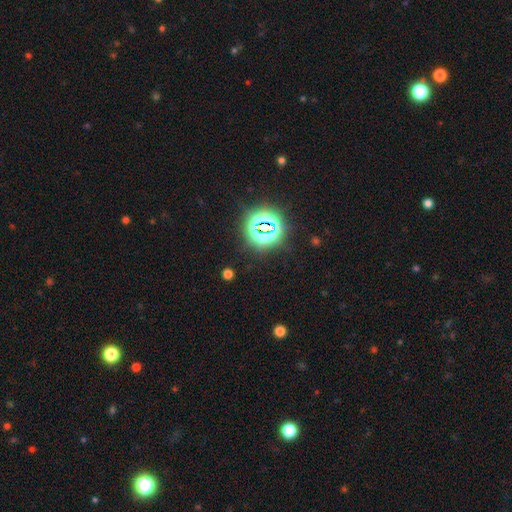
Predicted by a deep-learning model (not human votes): A star or artifact, not a galaxy (82%).

Vote fractions:
- Smooth or featured? star or artifact: 82% / smooth: 11% / featured or disk: 7%